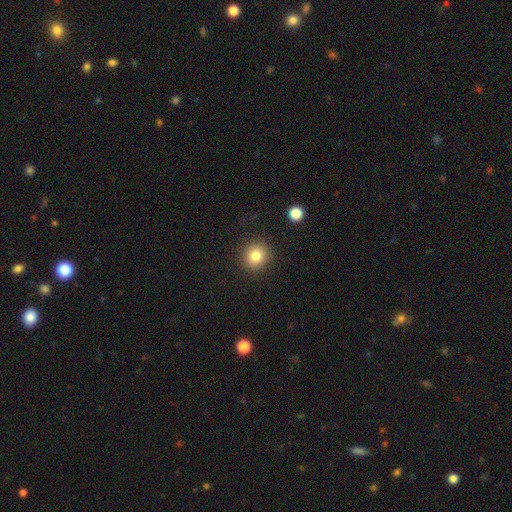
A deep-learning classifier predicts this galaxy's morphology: This appears to be a smooth galaxy with no disk features (81%) that is round (90%). Merging: none (90%).